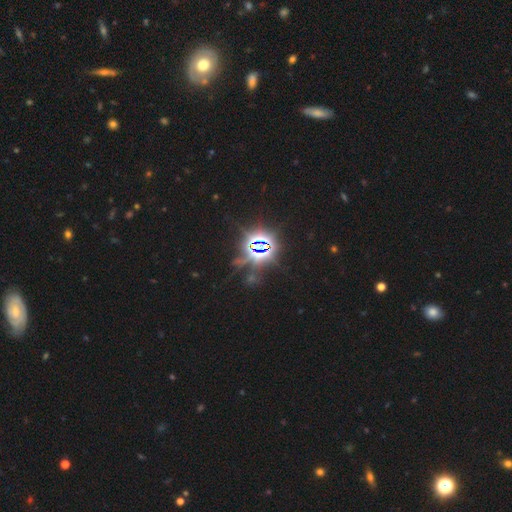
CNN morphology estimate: Smooth or featured?
  - star or artifact: 77% *
  - smooth: 16%
  - featured or disk: 7%